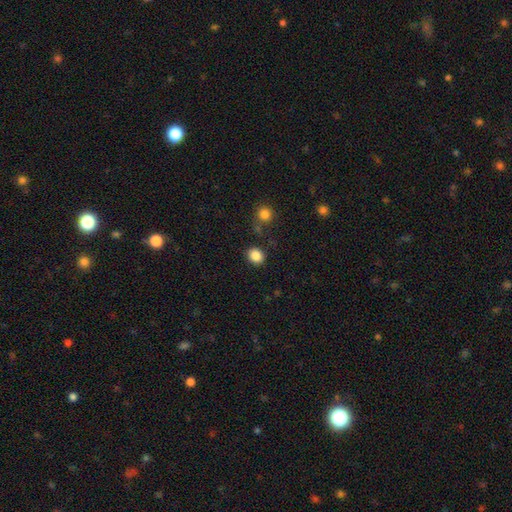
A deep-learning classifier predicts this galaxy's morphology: The model was most divided on "how rounded": round: 71%, in between: 28%, cigar-shaped: 1%. More confident: smooth or featured — smooth (86%); merging — none (83%).